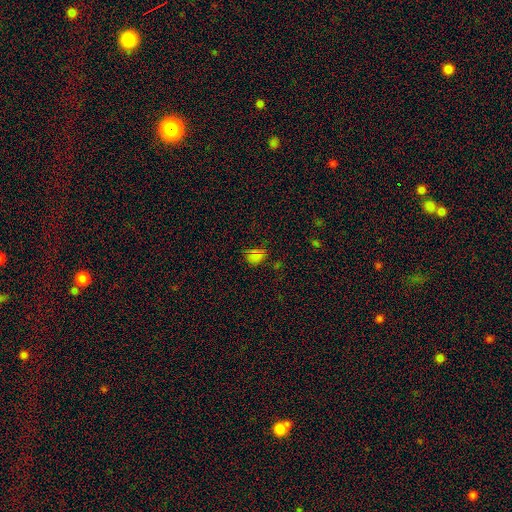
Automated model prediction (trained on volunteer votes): A smooth galaxy with no disk features (57%) that is in between round and cigar-shaped (60%).

Vote fractions:
- Smooth or featured? smooth: 57% / star or artifact: 37% / featured or disk: 6%
- How rounded? in between: 60% / round: 37% / cigar-shaped: 3%
- Merging? none: 78% / minor disturbance: 15% / major disturbance: 5% / merger: 3%